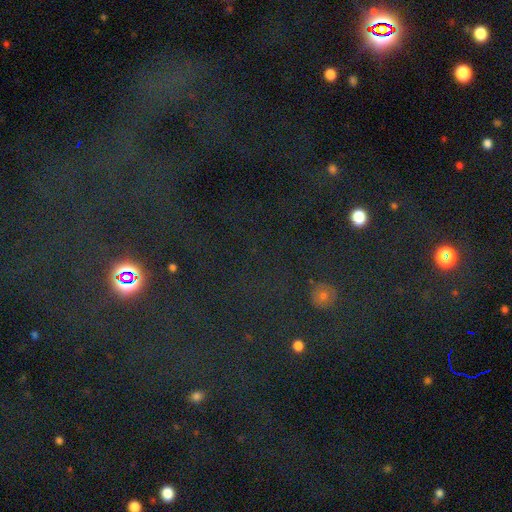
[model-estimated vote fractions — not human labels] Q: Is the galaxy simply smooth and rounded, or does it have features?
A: star or artifact — 73%.